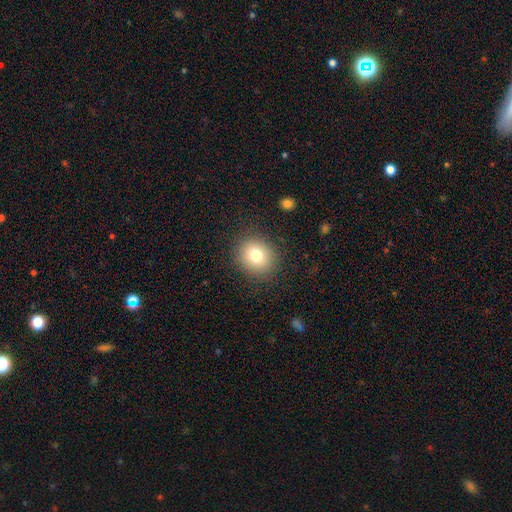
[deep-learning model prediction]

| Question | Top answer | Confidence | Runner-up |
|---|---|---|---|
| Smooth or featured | smooth | 77% | star or artifact (12%) |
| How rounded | round | 80% | in between (19%) |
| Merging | none | 88% | minor disturbance (8%) |